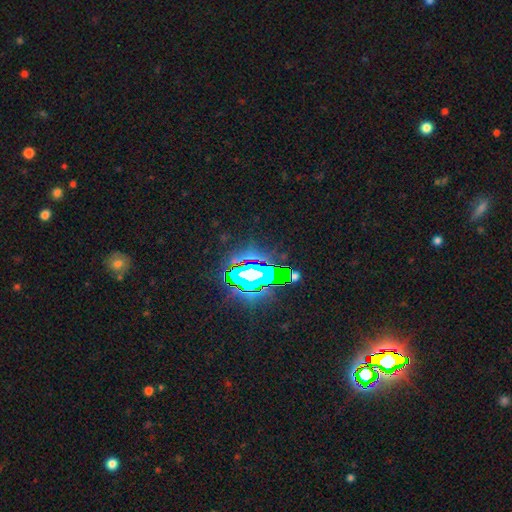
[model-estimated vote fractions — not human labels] This appears to be a star or artifact, not a galaxy (83%).